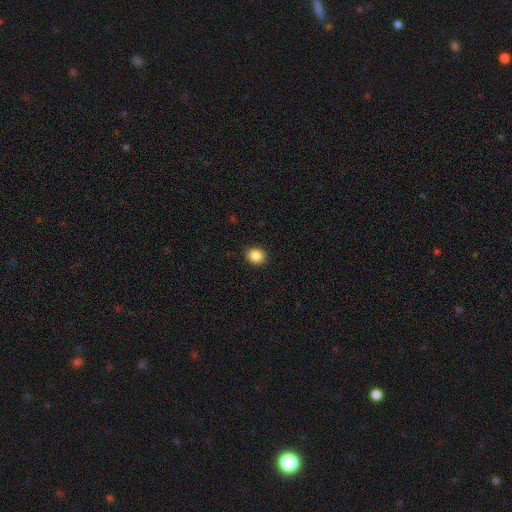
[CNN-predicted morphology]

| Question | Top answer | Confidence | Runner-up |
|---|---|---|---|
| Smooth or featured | smooth | 86% | star or artifact (10%) |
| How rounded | round | 76% | in between (23%) |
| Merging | none | 90% | minor disturbance (7%) |